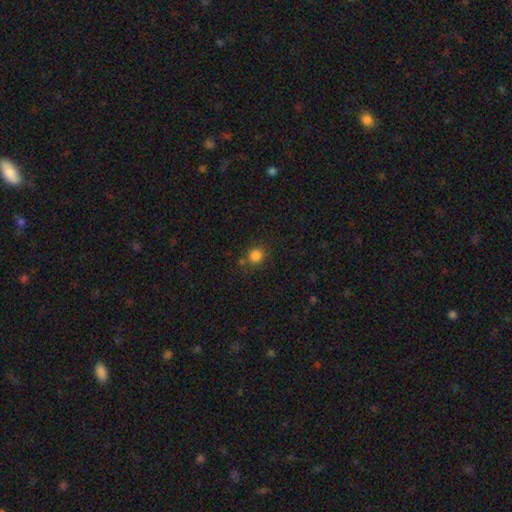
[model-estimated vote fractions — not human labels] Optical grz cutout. It shows a smooth galaxy with no disk features (83%) that is round (80%). Merging: none (77%).